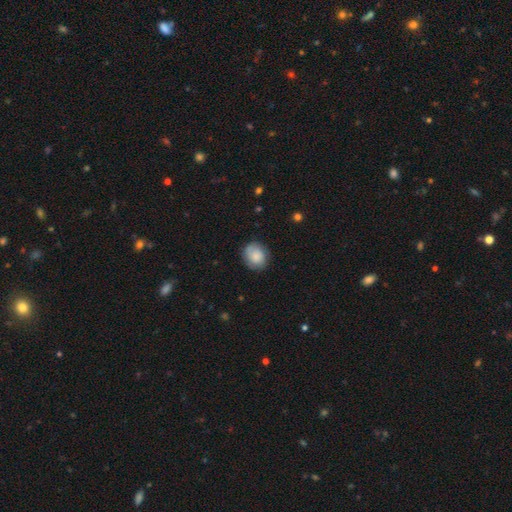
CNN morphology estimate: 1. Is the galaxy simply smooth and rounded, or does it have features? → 71% smooth, 22% featured or disk, 7% star or artifact.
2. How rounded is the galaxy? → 71% round, 28% in between, 1% cigar-shaped.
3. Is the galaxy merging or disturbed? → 77% none, 17% minor disturbance, 5% major disturbance, 1% merger.